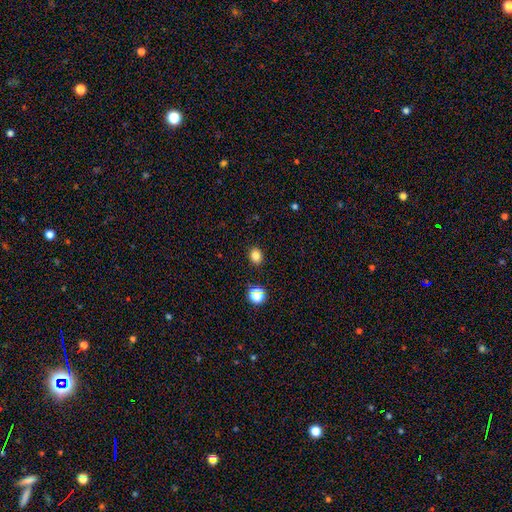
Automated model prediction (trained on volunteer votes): smooth 83%, star or artifact 12%, featured or disk 4%. Down the decision tree: how rounded — in between (50%); merging — none (89%).